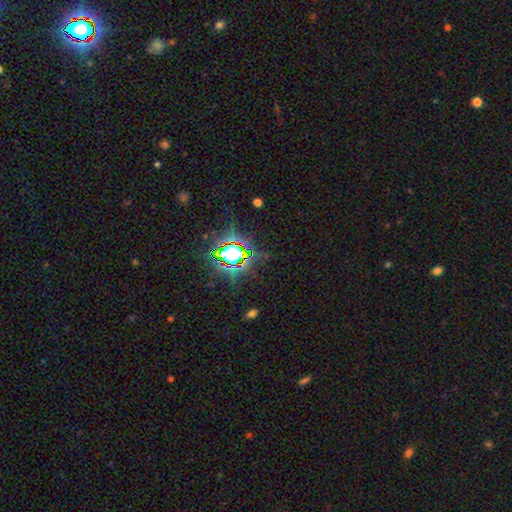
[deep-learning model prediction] smooth-or-featured: star or artifact: 82% | smooth: 10% | featured or disk: 8%